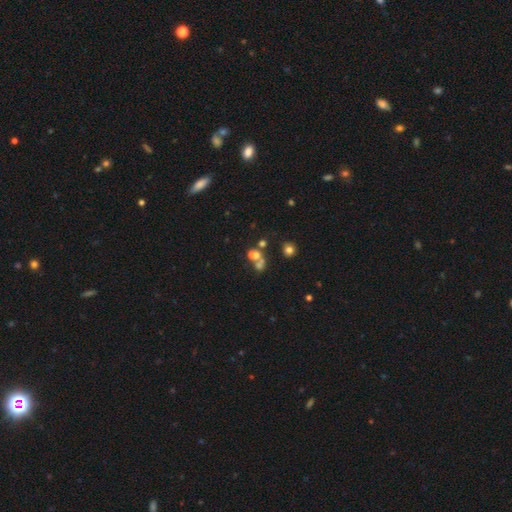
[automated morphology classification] Smooth or featured? smooth (59%)
How rounded? round (53%)
Merging? merger (56%)